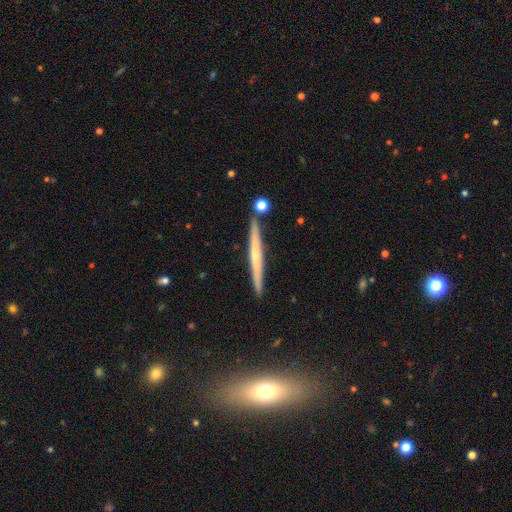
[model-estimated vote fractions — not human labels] Smooth or featured? featured or disk (60%)
Edge-on disk? yes (97%)
Edge-on bulge? none (49%)
Merging? none (89%)